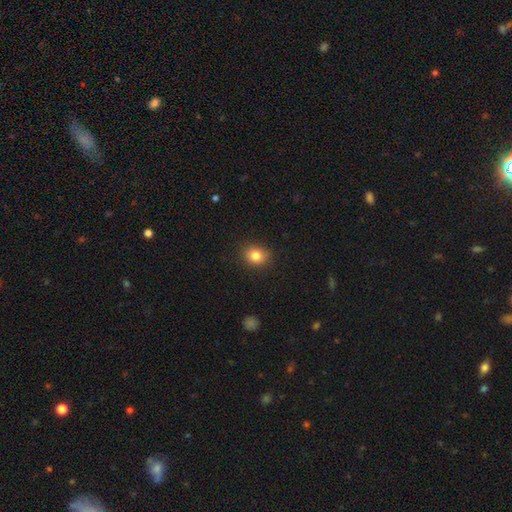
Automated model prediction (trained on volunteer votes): A smooth galaxy with no disk features (83%) that is round (59%). Merging: none (87%).